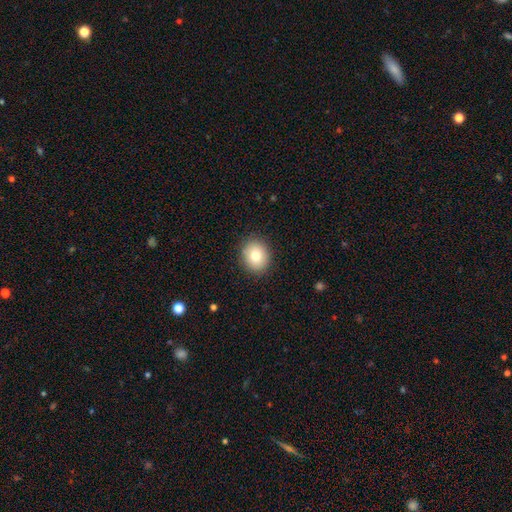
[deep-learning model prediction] This appears to be a smooth galaxy with no disk features (78%) that is round (72%). Merging: none (89%).